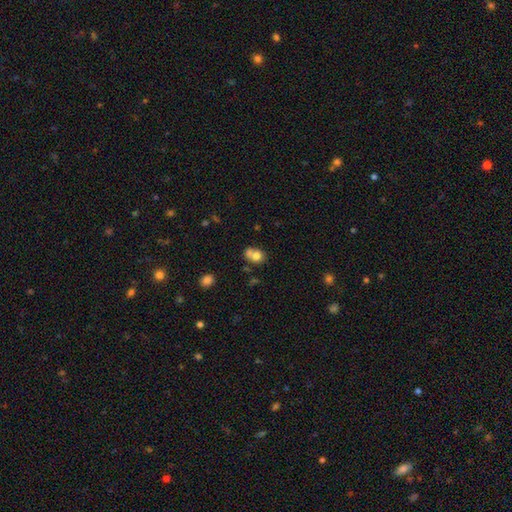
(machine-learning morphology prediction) smooth-or-featured: smooth: 74% | featured or disk: 15% | star or artifact: 11%
  how-rounded: round: 65% | in between: 34% | cigar-shaped: 1%
  merging: merger: 49% | none: 36% | minor disturbance: 10% | major disturbance: 4%